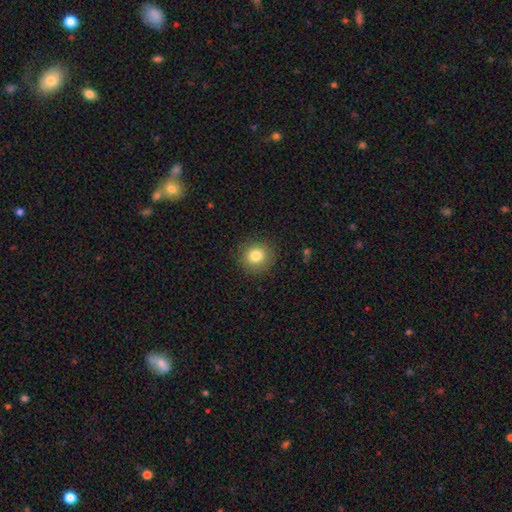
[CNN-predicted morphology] type=smooth (82%); roundness=round (88%); merging=none (88%).